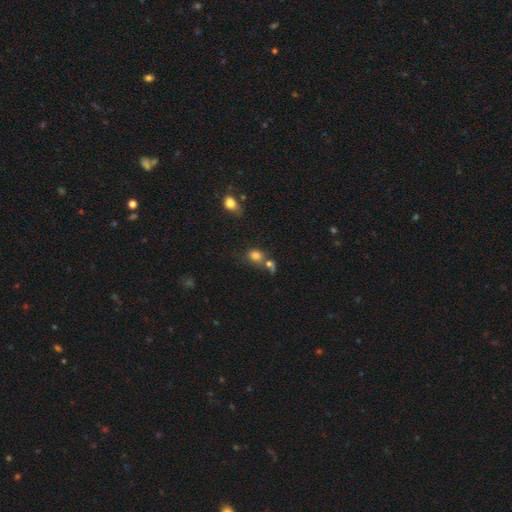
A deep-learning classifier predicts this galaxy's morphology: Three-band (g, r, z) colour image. It shows a smooth galaxy with no disk features (79%) that is round (52%). Merging: none (44%).